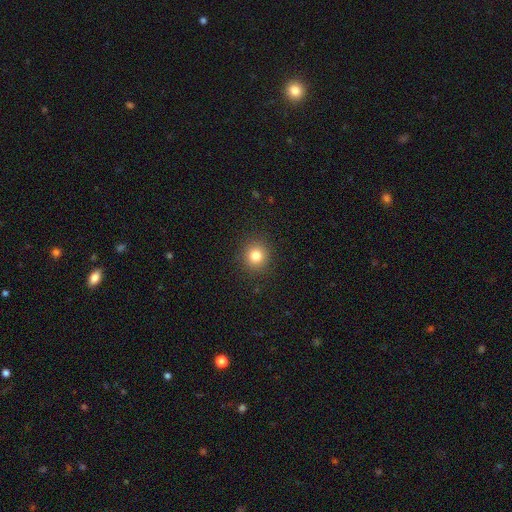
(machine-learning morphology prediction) This is clearly a smooth galaxy (81%). How rounded: clearly round (91%). Merging: clearly none (91%).